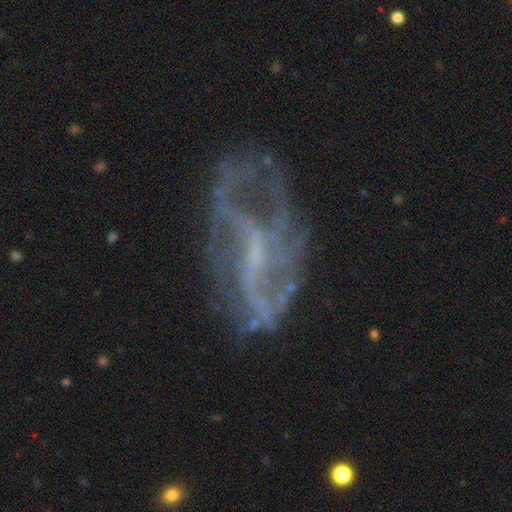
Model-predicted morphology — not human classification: This is clearly a featured or disk galaxy (82%). It is clearly not viewed edge-on (95%). Bar: marginally weak (44%). Spiral arm pattern: likely yes (80%). Spiral arm count: marginally 2 (44%). Spiral winding: possibly loose (50%). Central bulge: possibly small (51%). Merging: possibly none (52%).